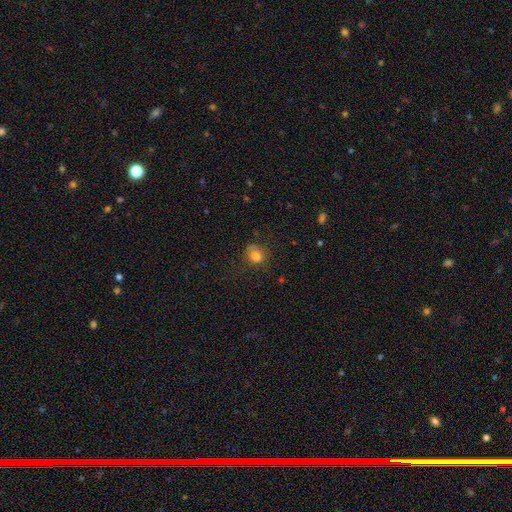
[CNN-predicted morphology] A smooth galaxy with no disk features (80%) that is round (78%).

Vote fractions:
- Smooth or featured? smooth: 80% / star or artifact: 12% / featured or disk: 9%
- How rounded? round: 78% / in between: 21% / cigar-shaped: 1%
- Merging? none: 67% / minor disturbance: 21% / major disturbance: 9% / merger: 2%